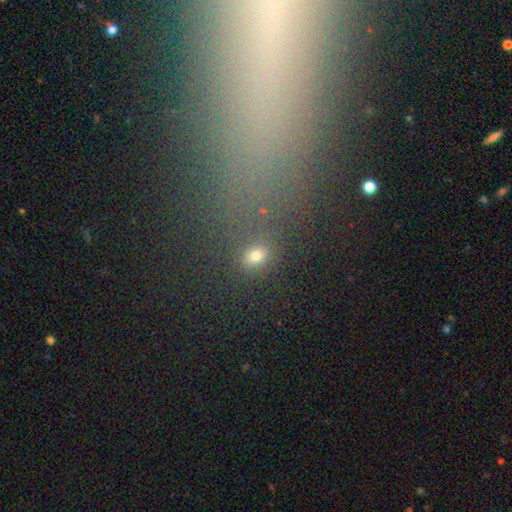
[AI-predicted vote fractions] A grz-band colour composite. It shows a smooth galaxy with no disk features (64%) that is in between round and cigar-shaped (50%). Merging: none (78%).